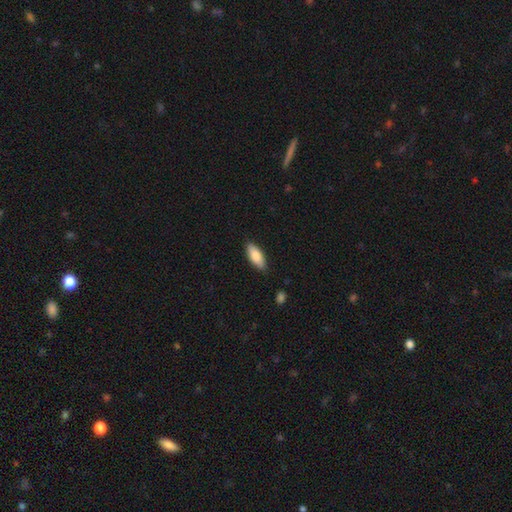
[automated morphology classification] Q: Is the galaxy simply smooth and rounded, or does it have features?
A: smooth — 83%.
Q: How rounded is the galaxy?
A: in between — 79%.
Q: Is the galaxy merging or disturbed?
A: none — 87%.